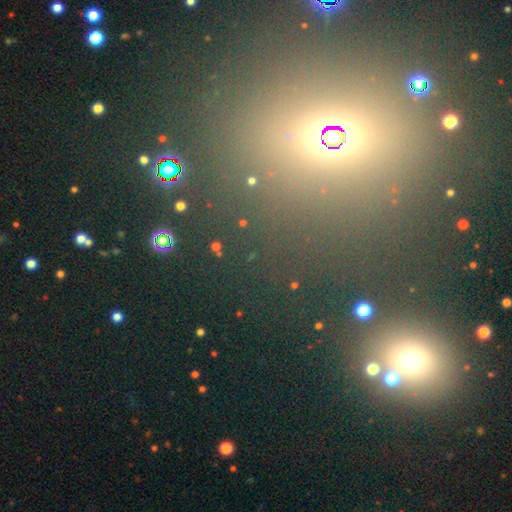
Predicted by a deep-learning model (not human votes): smooth-or-featured: star or artifact: 66% | smooth: 24% | featured or disk: 10%